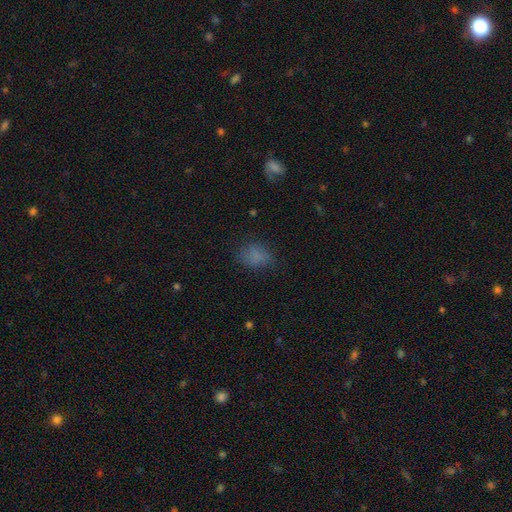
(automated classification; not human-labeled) Morphology: type=smooth (78%); roundness=in between (62%); merging=none (72%).